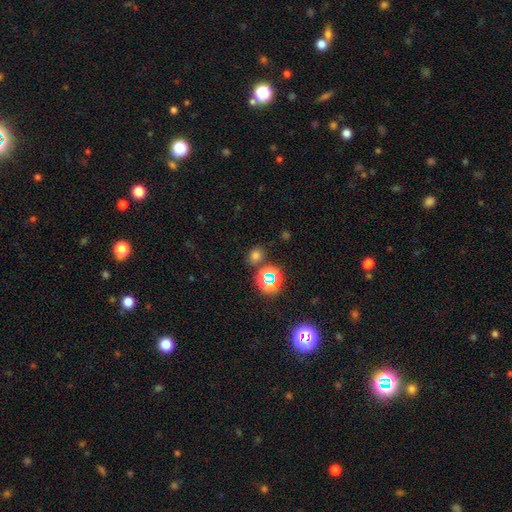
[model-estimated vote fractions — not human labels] smooth-or-featured: smooth: 65% | star or artifact: 28% | featured or disk: 6%
  how-rounded: round: 64% | in between: 35% | cigar-shaped: 1%
  merging: none: 78% | minor disturbance: 11% | merger: 7% | major disturbance: 4%